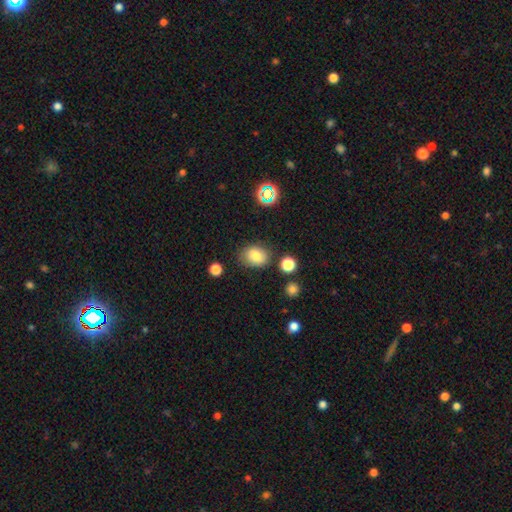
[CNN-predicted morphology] Q: Smooth or featured?
A: smooth (79%); runner-up: star or artifact (12%)
Q: How rounded?
A: in between (60%); runner-up: round (39%)
Q: Merging?
A: none (77%); runner-up: minor disturbance (15%)